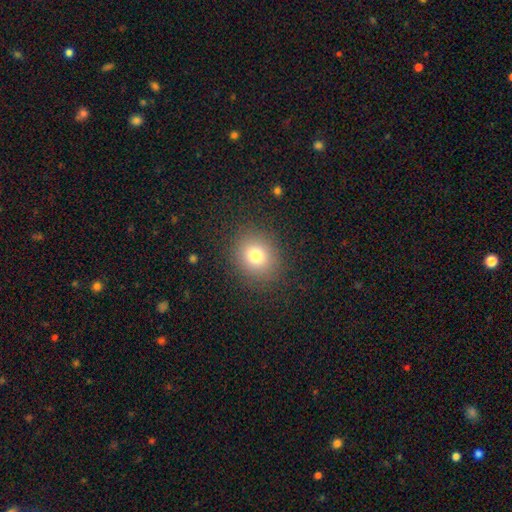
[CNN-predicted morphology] A smooth galaxy with no disk features (77%) that is round (74%).

Vote fractions:
- Smooth or featured? smooth: 77% / star or artifact: 14% / featured or disk: 10%
- How rounded? round: 74% / in between: 26% / cigar-shaped: 1%
- Merging? none: 87% / minor disturbance: 8% / major disturbance: 4% / merger: 1%